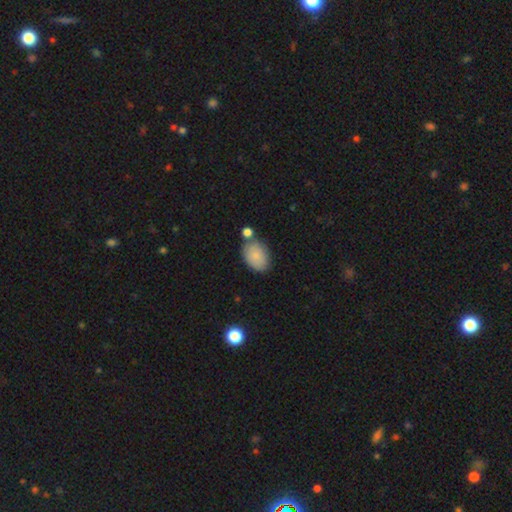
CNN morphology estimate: This appears to be a smooth galaxy with no disk features (83%) that is in between round and cigar-shaped (85%). Merging: none (65%).